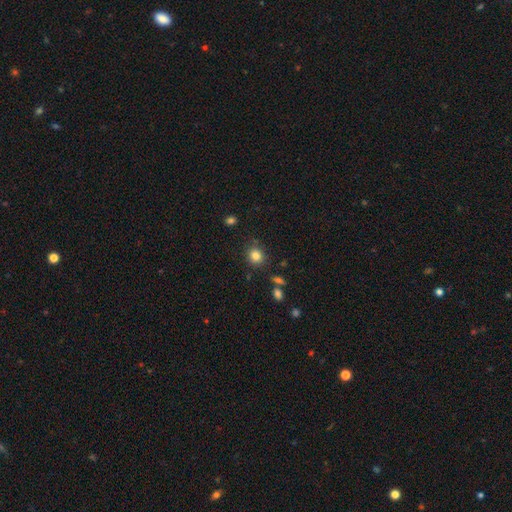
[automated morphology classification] type=smooth (82%); roundness=round (82%); merging=none (82%).